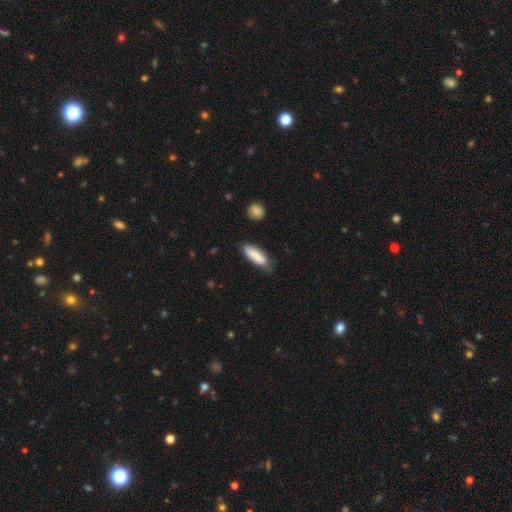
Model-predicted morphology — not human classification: Smooth or featured? smooth (86%)
How rounded? in between (52%)
Merging? none (75%)